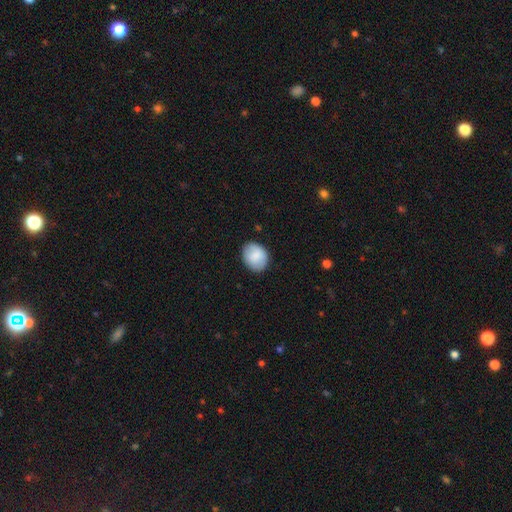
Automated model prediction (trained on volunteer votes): Smooth or featured? Predicted: smooth (p=0.86). How rounded? Predicted: round (p=0.56). Merging? Predicted: none (p=0.84).